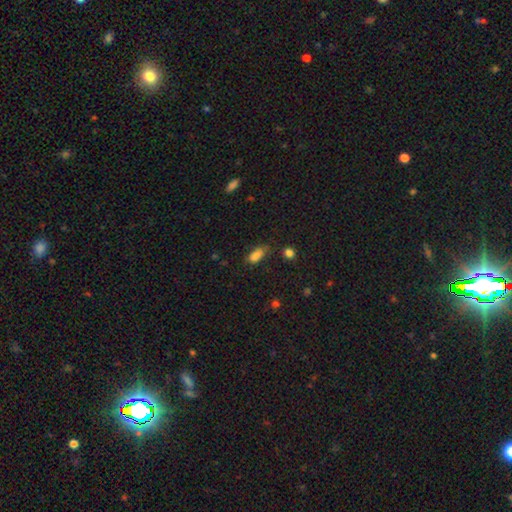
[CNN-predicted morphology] smooth_or_featured: smooth (p=0.83) [alt: star or artifact p=0.11]
how_rounded: in between (p=0.81) [alt: cigar-shaped p=0.14]
merging: none (p=0.57) [alt: minor disturbance p=0.30]